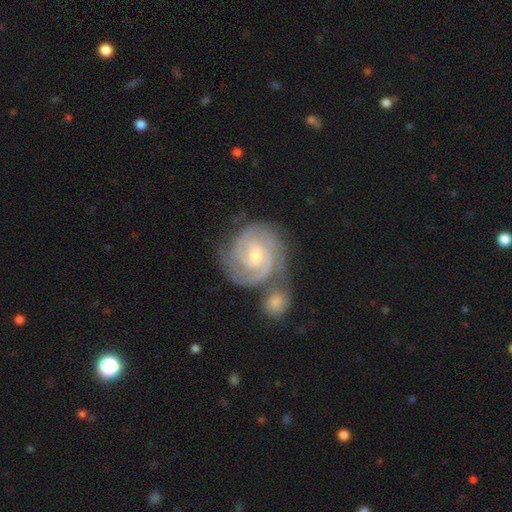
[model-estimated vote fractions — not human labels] A featured or disk galaxy (90%) with a weak bar (46%), 2 (37%) tight (74%) spiral arms (98%) and a small central bulge (54%).

Vote fractions:
- Smooth or featured? featured or disk: 90% / smooth: 6% / star or artifact: 4%
- Edge-on disk? no: 98% / yes: 2%
- Bar? weak: 46% / no: 44% / strong: 10%
- Spiral arms? yes: 98% / no: 2%
- Spiral winding? tight: 74% / medium: 22% / loose: 3%
- Spiral arm count? 2: 37% / 3: 34% / can't tell: 13% / 4: 8% / 1: 4% / more than 4: 4%
- Bulge size? small: 54% / moderate: 43% / large: 1% / none: 1% / dominant: 1%
- Merging? none: 54% / merger: 26% / minor disturbance: 14% / major disturbance: 6%